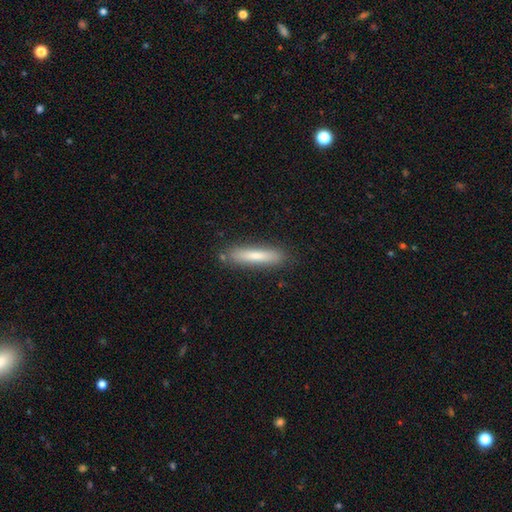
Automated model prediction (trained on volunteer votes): Smooth or featured? Predicted: smooth (p=0.74). How rounded? Predicted: cigar-shaped (p=0.86). Merging? Predicted: none (p=0.84).